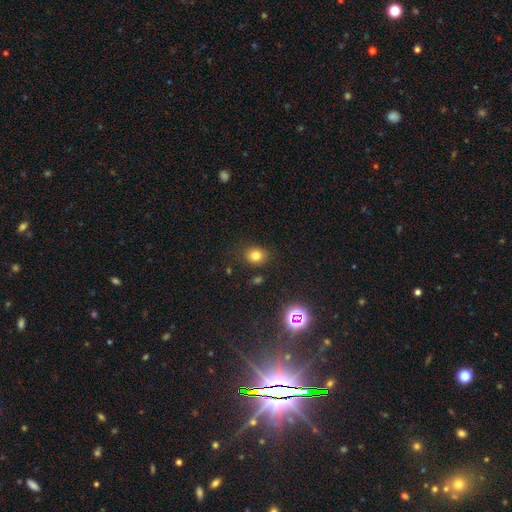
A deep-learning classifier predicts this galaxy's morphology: Smooth or featured? smooth (77%)
How rounded? round (62%)
Merging? none (82%)